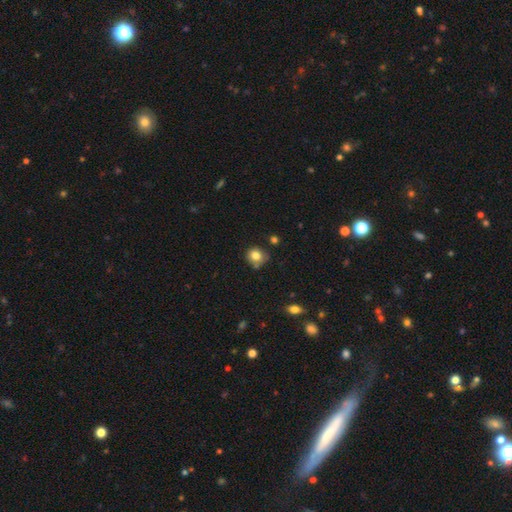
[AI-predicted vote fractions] Smooth or featured? Predicted: smooth (p=0.79). How rounded? Predicted: round (p=0.78). Merging? Predicted: none (p=0.66).